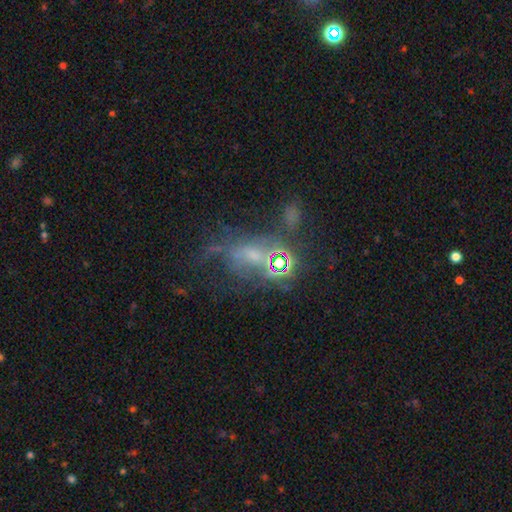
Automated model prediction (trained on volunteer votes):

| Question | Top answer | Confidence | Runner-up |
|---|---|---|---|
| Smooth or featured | featured or disk | 46% | star or artifact (34%) |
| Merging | none | 33% | tied: major disturbance (33%) |